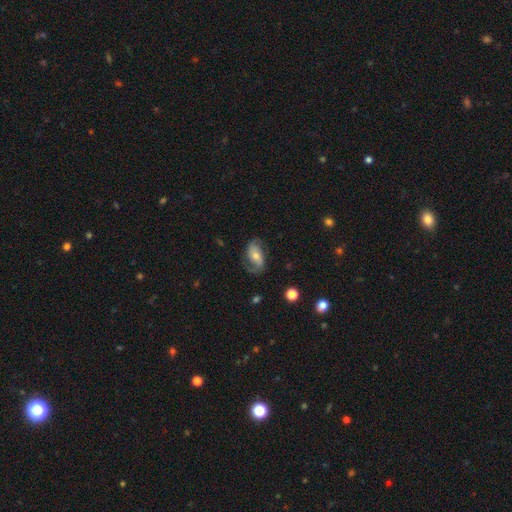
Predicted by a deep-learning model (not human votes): The model was most divided on "spiral winding": loose: 45%, medium: 38%, tight: 17%. More confident: edge-on disk — no (95%); spiral arms — yes (90%); spiral arm count — 2 (76%); smooth or featured — featured or disk (67%); merging — none (64%); bulge size — moderate (52%); bar — no (51%).